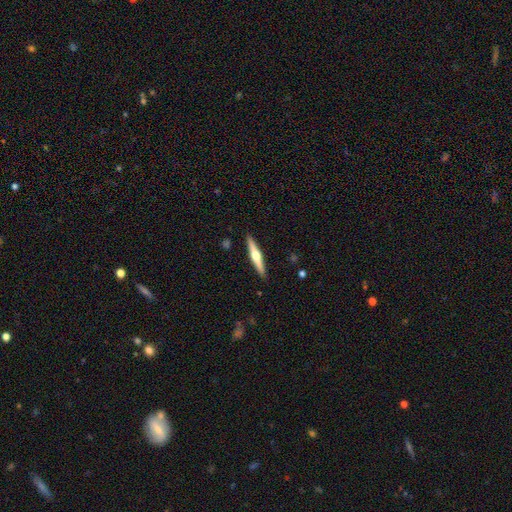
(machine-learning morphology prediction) The model was most divided on "smooth or featured": featured or disk: 67%, smooth: 28%, star or artifact: 5%. More confident: edge-on disk — yes (98%); edge-on bulge — rounded (94%); merging — none (91%).